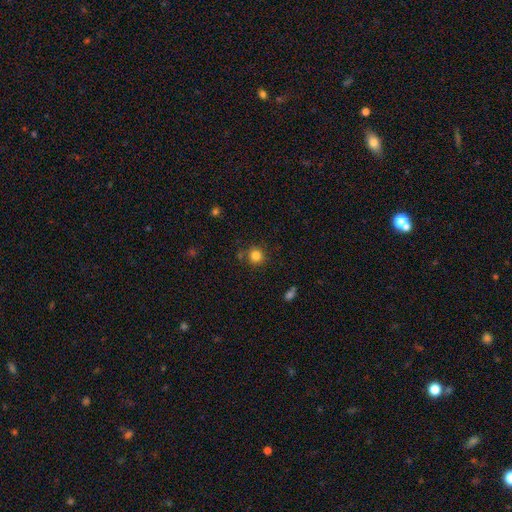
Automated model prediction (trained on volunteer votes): smooth_or_featured: smooth (p=0.83) [alt: star or artifact p=0.12]
how_rounded: round (p=0.91) [alt: in between p=0.08]
merging: none (p=0.81) [alt: minor disturbance p=0.11]